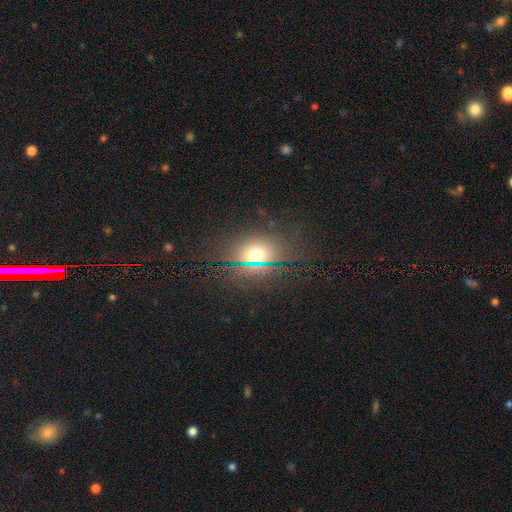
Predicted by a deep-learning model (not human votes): Smooth or featured? smooth (52%)
How rounded? round (51%)
Merging? none (77%)